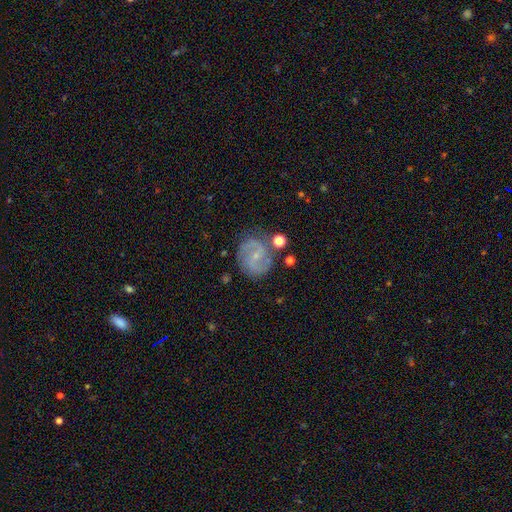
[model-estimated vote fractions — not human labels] Overall: featured or disk (81%). Edge-on disk: no (98%). Bar: no (44%, tied with weak). Spiral arms: yes (95%). Spiral arm count: 2 (86%). Spiral winding: medium (51%; tight 28%). Bulge size: small (79%). Merging: none (76%).